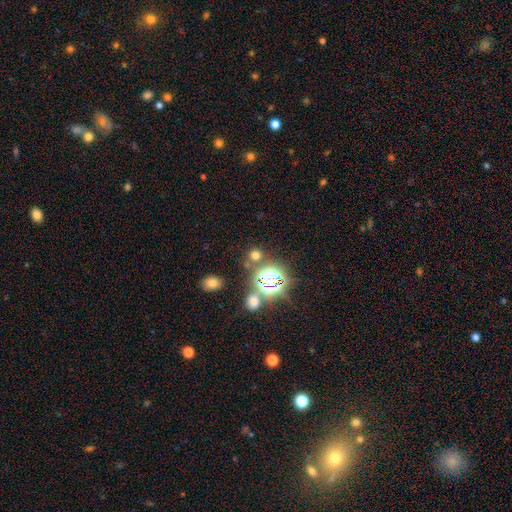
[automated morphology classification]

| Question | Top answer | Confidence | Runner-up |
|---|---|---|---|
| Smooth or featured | smooth | 51% | star or artifact (42%) |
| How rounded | round | 83% | in between (16%) |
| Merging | none | 75% | merger (12%) |